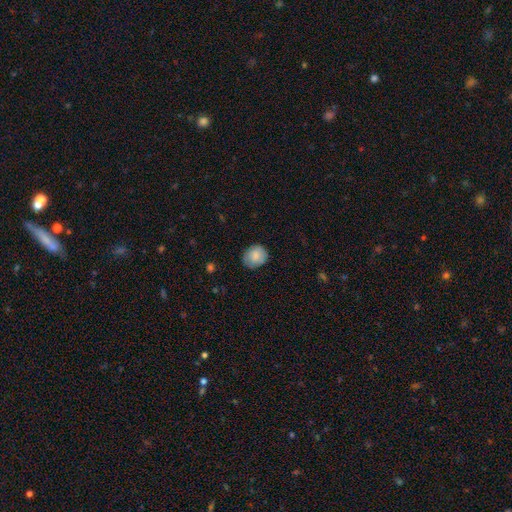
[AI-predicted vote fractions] Morphology: type=smooth (82%); roundness=round (68%); merging=none (78%).